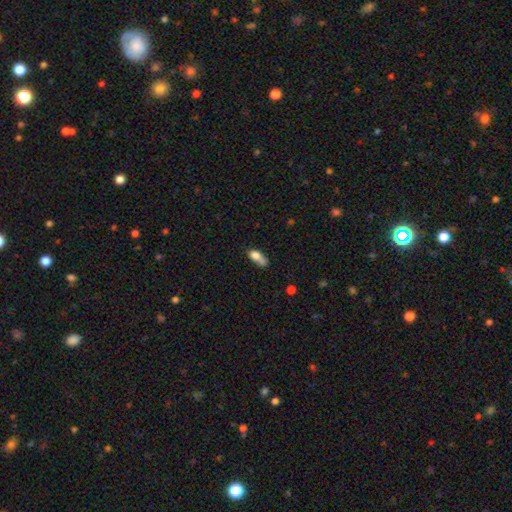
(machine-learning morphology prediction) Smooth or featured: smooth — 74% (featured or disk — 16%)
How rounded: in between — 74% (round — 14%)
Merging: merger — 36% (none — 28%)